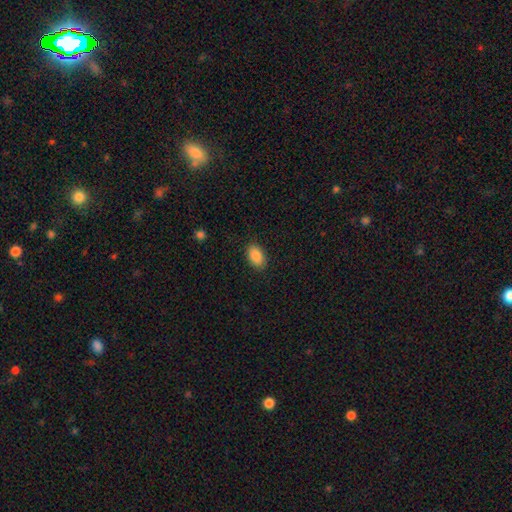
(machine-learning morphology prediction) smooth 89%, star or artifact 7%, featured or disk 4%. Down the decision tree: how rounded — in between (91%); merging — none (87%).